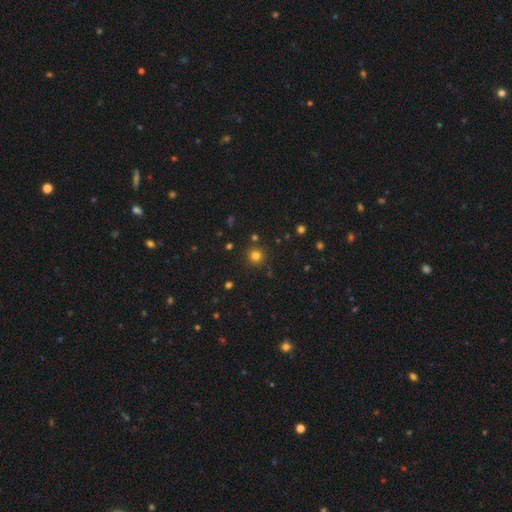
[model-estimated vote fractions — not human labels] Morphology: type=smooth (77%); roundness=round (94%); merging=none (87%).